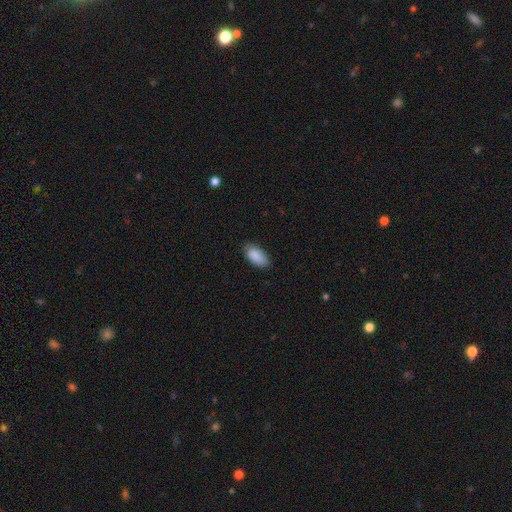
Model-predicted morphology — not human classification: smooth 89%, star or artifact 6%, featured or disk 4%. Down the decision tree: how rounded — in between (93%); merging — none (82%).